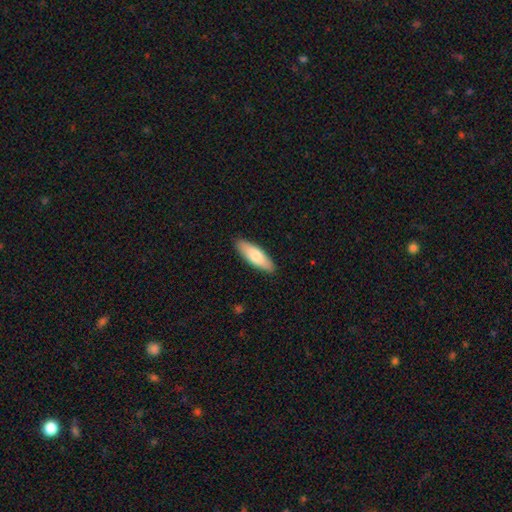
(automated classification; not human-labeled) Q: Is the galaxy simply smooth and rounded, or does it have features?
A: smooth — 77%.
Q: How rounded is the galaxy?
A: in between — 52%.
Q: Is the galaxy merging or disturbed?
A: none — 89%.